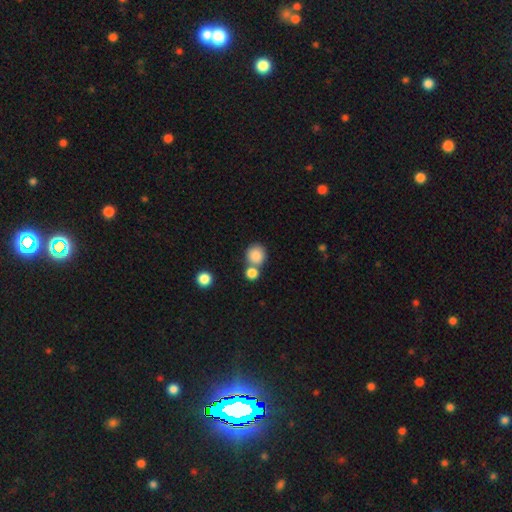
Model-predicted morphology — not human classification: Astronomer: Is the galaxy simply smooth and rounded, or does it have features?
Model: smooth — 84%.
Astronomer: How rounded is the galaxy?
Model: round — 88%.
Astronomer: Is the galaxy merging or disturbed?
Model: none — 53% (runner-up: merger, 36%).